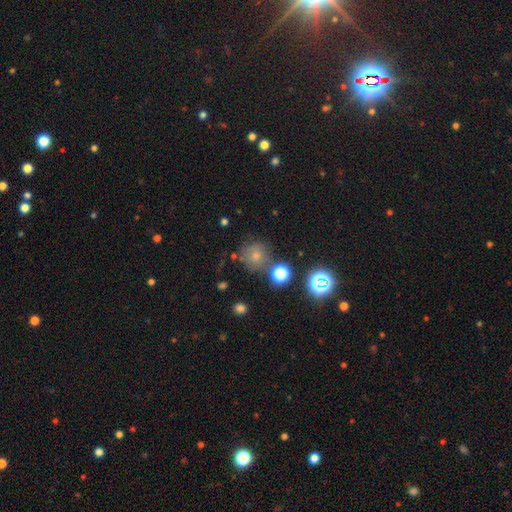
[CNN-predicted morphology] type=smooth (62%); roundness=round (88%); merging=none (62%).